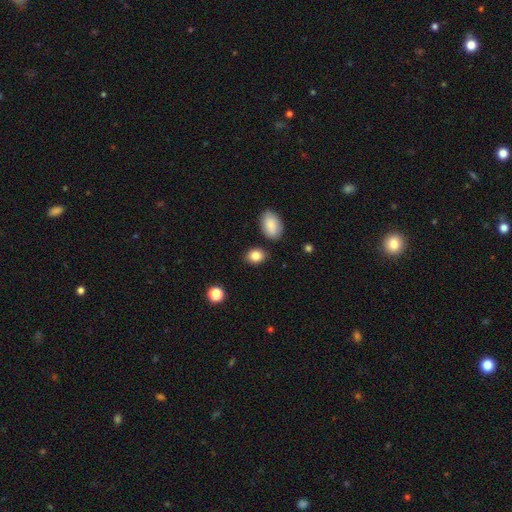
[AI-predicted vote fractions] Overall: smooth (85%). How rounded: in between (65%; round 33%). Merging: none (81%).